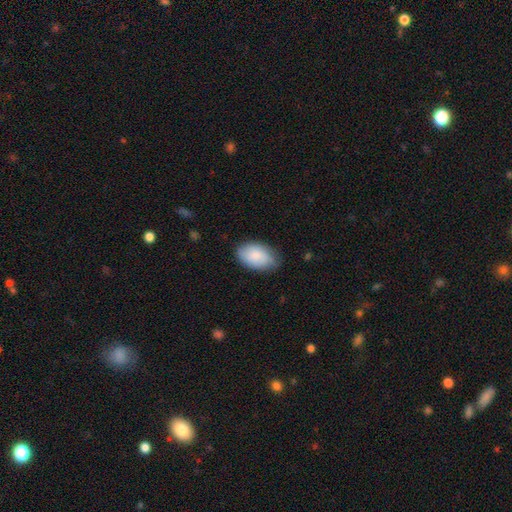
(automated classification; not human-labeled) smooth-or-featured: smooth: 82% | featured or disk: 12% | star or artifact: 6%
  how-rounded: in between: 92% | round: 6% | cigar-shaped: 1%
  merging: none: 73% | minor disturbance: 22% | major disturbance: 4% | merger: 1%